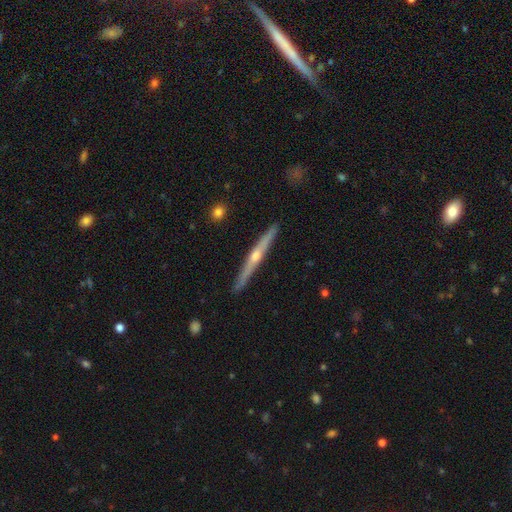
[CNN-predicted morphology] featured or disk 78%, smooth 17%, star or artifact 6%. Down the decision tree: edge-on disk — yes (98%); edge-on bulge — rounded (88%); merging — none (92%).